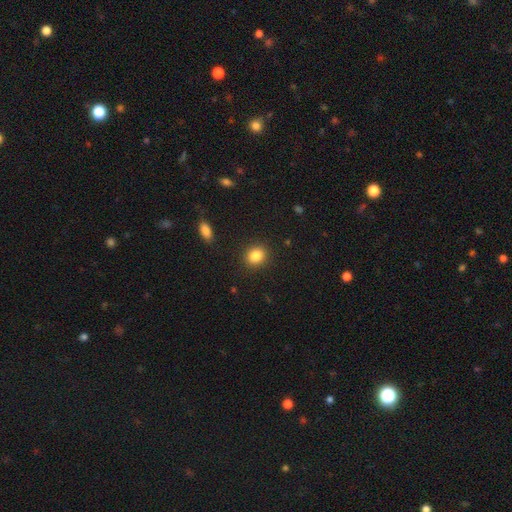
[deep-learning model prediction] Smooth or featured? smooth (86%)
How rounded? round (63%)
Merging? none (89%)